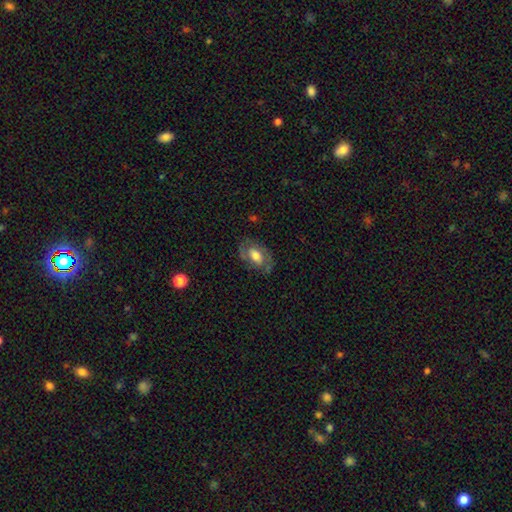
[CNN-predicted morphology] A featured or disk galaxy (55%) with no bar (57%), spiral arms (63%) and a moderate central bulge (48%).

Vote fractions:
- Smooth or featured? featured or disk: 55% / smooth: 38% / star or artifact: 7%
- Edge-on disk? no: 93% / yes: 7%
- Bar? no: 57% / weak: 31% / strong: 12%
- Spiral arms? yes: 63% / no: 37%
- Bulge size? moderate: 48% / large: 35% / small: 12% / dominant: 3% / none: 3%
- Merging? none: 70% / minor disturbance: 19% / major disturbance: 10% / merger: 1%